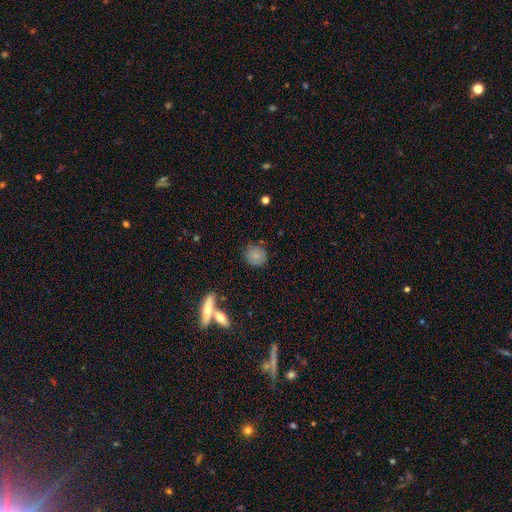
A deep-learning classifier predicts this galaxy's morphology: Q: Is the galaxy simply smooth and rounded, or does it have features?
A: smooth — 81%.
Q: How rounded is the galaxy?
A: round — 83%.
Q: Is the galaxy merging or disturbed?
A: none — 79%.